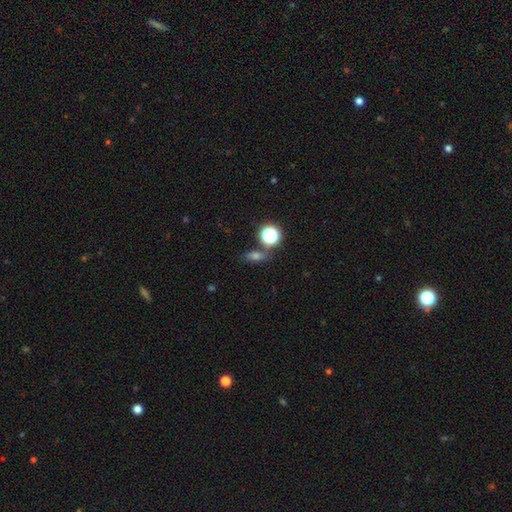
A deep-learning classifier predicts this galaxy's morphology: A smooth galaxy with no disk features (51%) that is in between round and cigar-shaped (54%).

Vote fractions:
- Smooth or featured? smooth: 51% / star or artifact: 34% / featured or disk: 15%
- How rounded? in between: 54% / round: 35% / cigar-shaped: 11%
- Merging? none: 73% / minor disturbance: 12% / merger: 11% / major disturbance: 5%